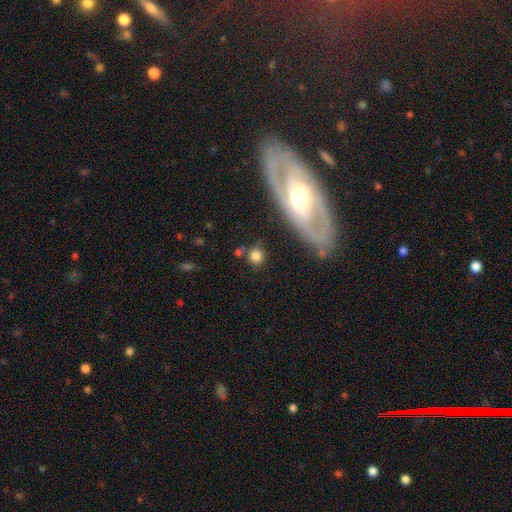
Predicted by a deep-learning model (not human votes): Morphology: type=smooth (80%); roundness=round (86%); merging=none (77%).